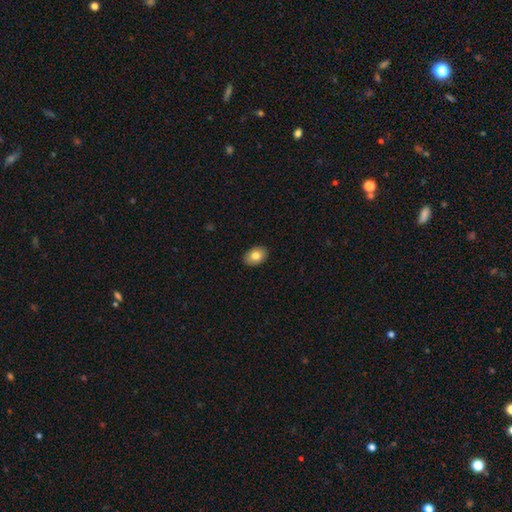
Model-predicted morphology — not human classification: The model was most divided on "how rounded": in between: 81%, round: 18%, cigar-shaped: 1%. More confident: merging — none (90%); smooth or featured — smooth (81%).